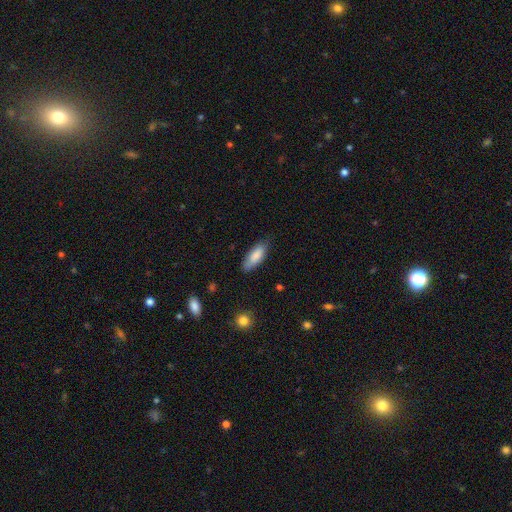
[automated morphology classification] Smooth or featured? smooth (84%)
How rounded? in between (70%)
Merging? none (77%)